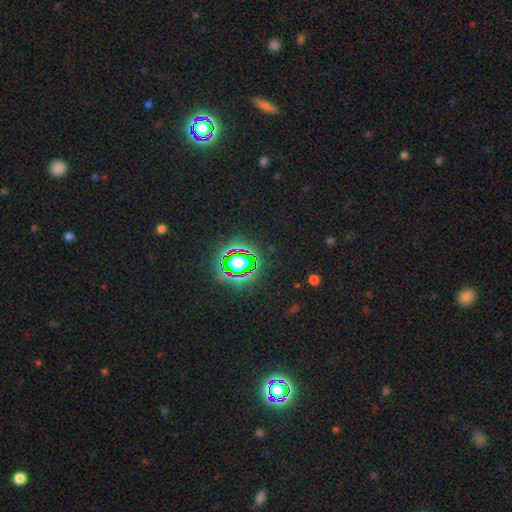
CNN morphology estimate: This is clearly a star or artifact rather than a galaxy (82%).